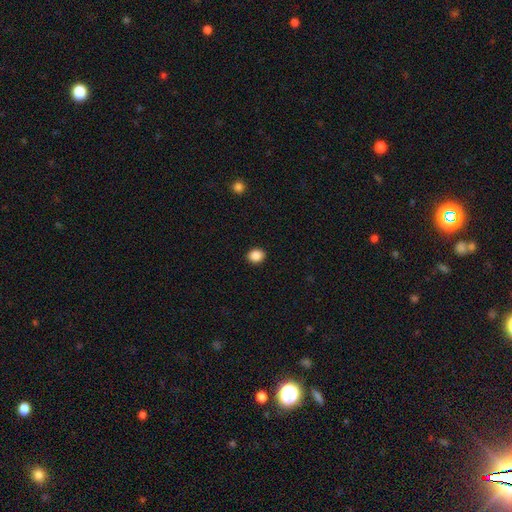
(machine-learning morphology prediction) The model was most divided on "how rounded": round: 64%, in between: 35%, cigar-shaped: 1%. More confident: merging — none (92%); smooth or featured — smooth (88%).